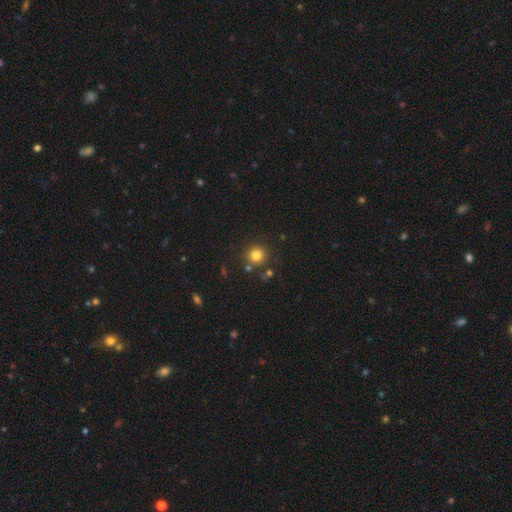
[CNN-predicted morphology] The model was most divided on "smooth or featured": smooth: 81%, star or artifact: 13%, featured or disk: 6%. More confident: how rounded — round (93%); merging — none (82%).